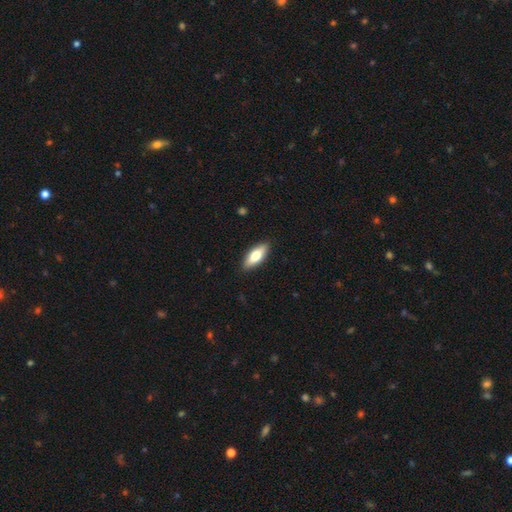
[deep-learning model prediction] Smooth or featured? smooth (71%)
How rounded? in between (73%)
Merging? none (89%)